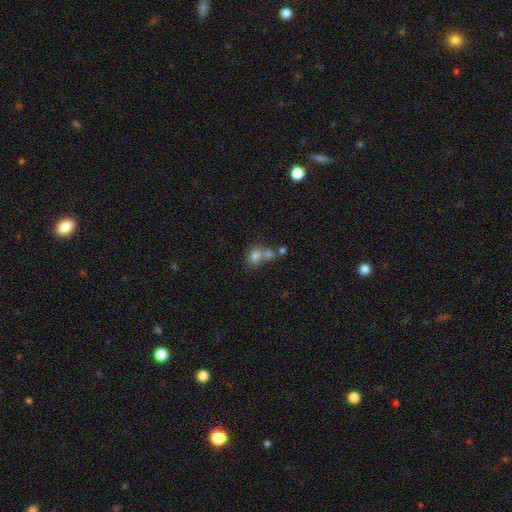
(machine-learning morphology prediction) smooth 74%, featured or disk 13%, star or artifact 13%. Down the decision tree: how rounded — round (63%); merging — merger (52%).